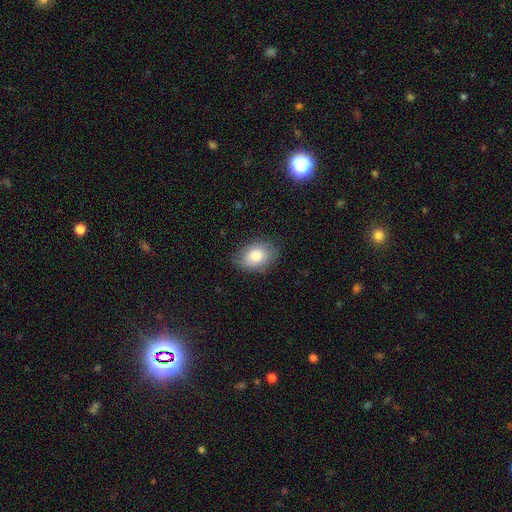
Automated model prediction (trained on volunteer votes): Smooth or featured? smooth (80%)
How rounded? in between (81%)
Merging? none (76%)